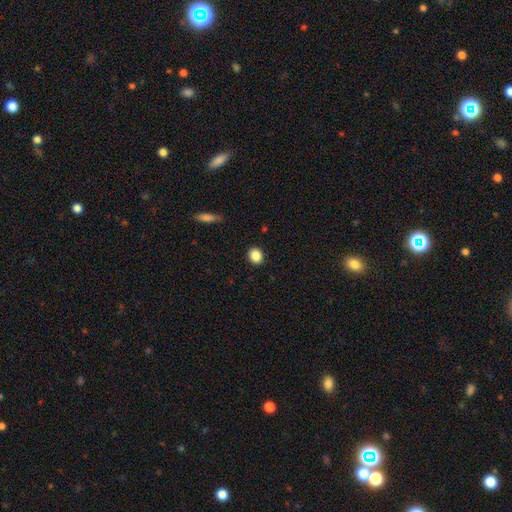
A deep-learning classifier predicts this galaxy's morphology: smooth 87%, star or artifact 9%, featured or disk 4%. Down the decision tree: how rounded — round (75%); merging — none (91%).